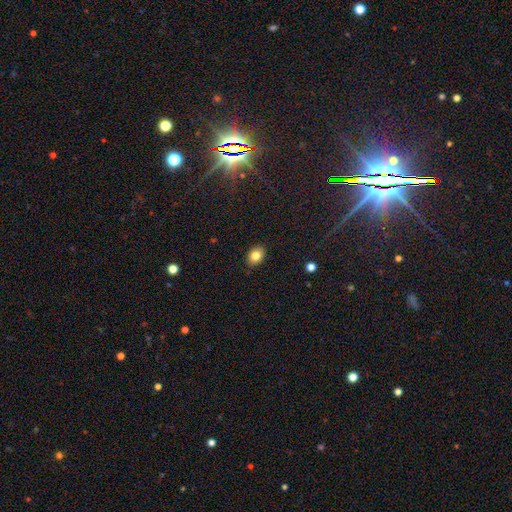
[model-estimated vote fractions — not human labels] smooth_or_featured: smooth (p=0.81) [alt: star or artifact p=0.10]
how_rounded: in between (p=0.66) [alt: round p=0.33]
merging: none (p=0.88) [alt: minor disturbance p=0.09]